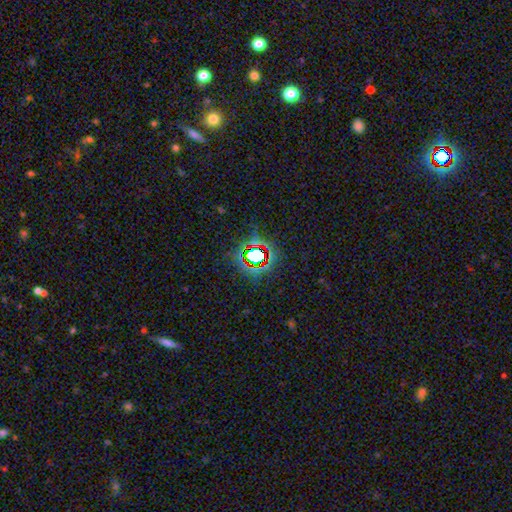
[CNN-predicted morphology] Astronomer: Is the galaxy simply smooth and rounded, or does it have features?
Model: star or artifact — 70%.